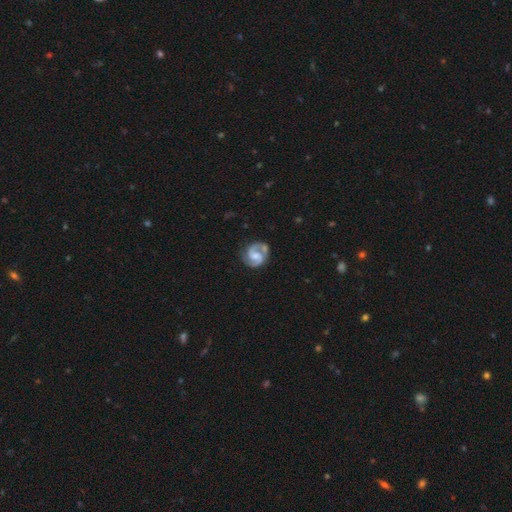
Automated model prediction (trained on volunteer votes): smooth-or-featured: featured or disk: 90% | smooth: 6% | star or artifact: 4%
  disk-edge-on: no: 98% | yes: 2%
    bar: weak: 48% | no: 34% | strong: 18%
    has-spiral-arms: yes: 98% | no: 2%
      spiral-winding: medium: 58% | tight: 30% | loose: 12%
      spiral-arm-count: 2: 93% | can't tell: 2% | 1: 2% | 3: 1% | 4: 1% | more than 4: 1%
    bulge-size: moderate: 40% | small: 37% | none: 17% | large: 5% | dominant: 1%
  merging: none: 79% | minor disturbance: 14% | major disturbance: 4% | merger: 3%